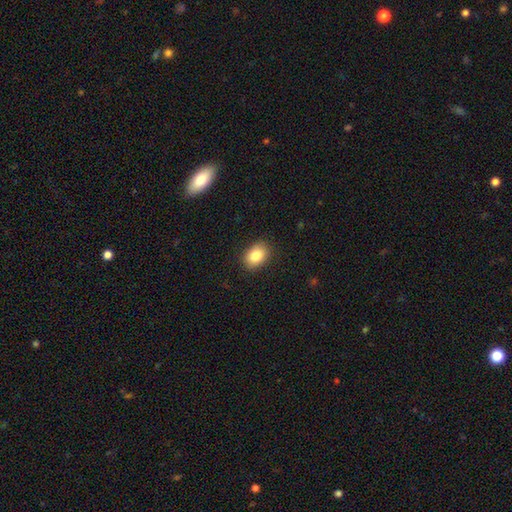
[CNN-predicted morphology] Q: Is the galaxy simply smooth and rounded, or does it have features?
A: smooth — 84%.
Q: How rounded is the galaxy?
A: in between — 74%.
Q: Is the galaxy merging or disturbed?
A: none — 88%.